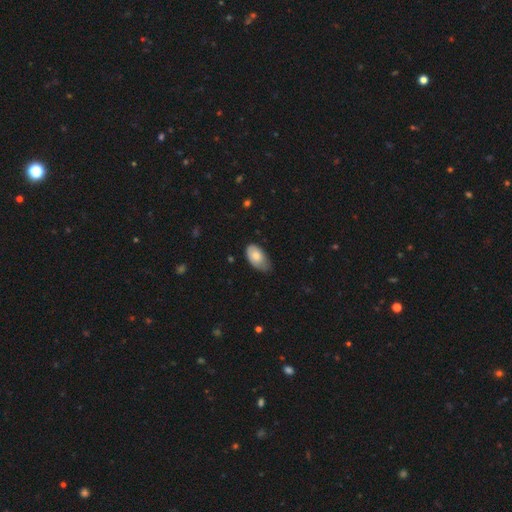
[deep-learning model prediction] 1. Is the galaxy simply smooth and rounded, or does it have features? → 75% smooth, 18% featured or disk, 6% star or artifact.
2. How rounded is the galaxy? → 94% in between, 4% round, 2% cigar-shaped.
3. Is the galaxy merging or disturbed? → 50% none, 41% minor disturbance, 7% major disturbance, 1% merger.